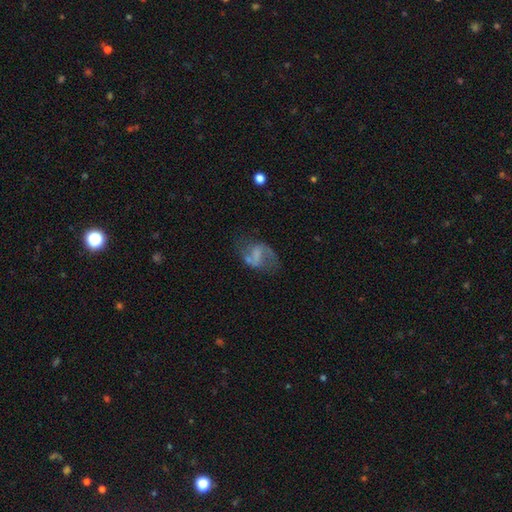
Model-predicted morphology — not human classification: Smooth or featured? featured or disk (59%)
Edge-on disk? no (97%)
Bar? weak (40%)
Spiral arms? yes (69%)
Bulge size? none (59%)
Merging? none (49%)